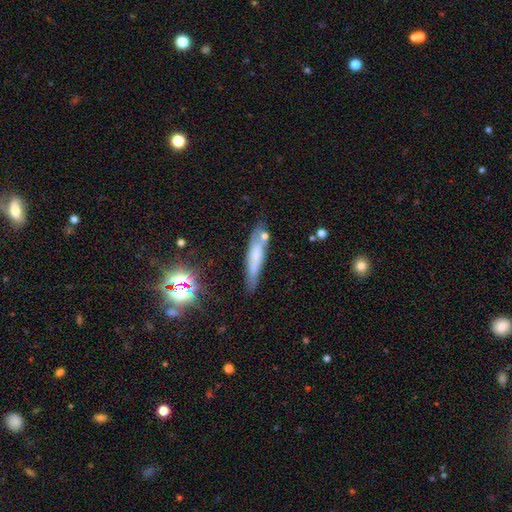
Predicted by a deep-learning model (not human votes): This appears to be a smooth galaxy with no disk features (53%) that is cigar-shaped (82%). Merging: none (63%).